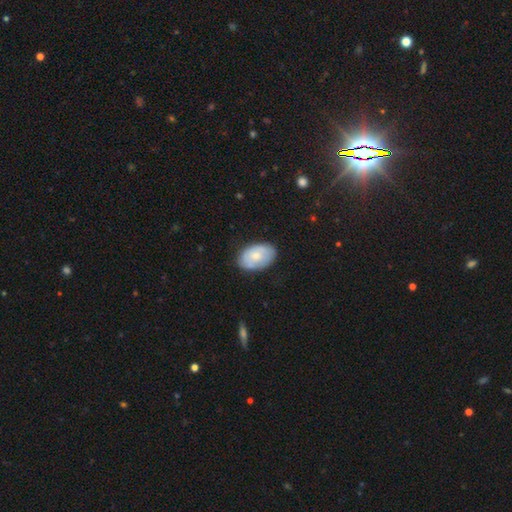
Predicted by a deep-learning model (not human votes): Q: Smooth or featured?
A: smooth (65%); runner-up: featured or disk (29%)
Q: How rounded?
A: in between (89%); runner-up: round (10%)
Q: Merging?
A: none (81%); runner-up: minor disturbance (15%)